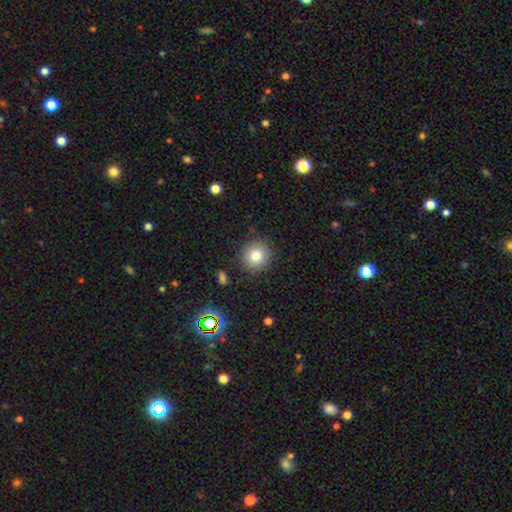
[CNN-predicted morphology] A smooth galaxy with no disk features (81%) that is round (92%).

Vote fractions:
- Smooth or featured? smooth: 81% / star or artifact: 11% / featured or disk: 8%
- How rounded? round: 92% / in between: 7% / cigar-shaped: 1%
- Merging? none: 88% / minor disturbance: 8% / major disturbance: 2% / merger: 2%